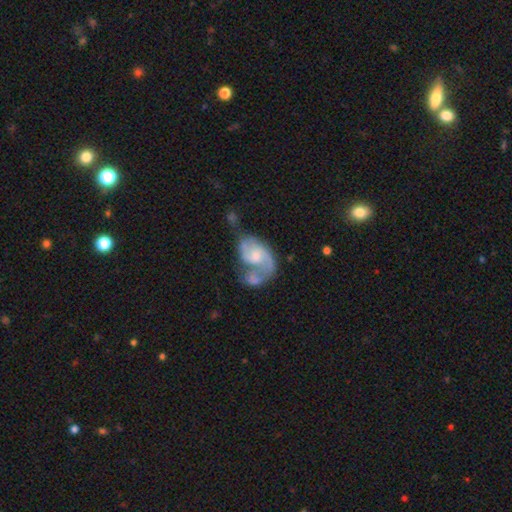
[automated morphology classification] The model was most divided on "bulge size": moderate: 40%, small: 37%, none: 15%, large: 7%, dominant: 2%. Remaining: edge-on disk — no (98%); spiral arms — yes (90%); smooth or featured — featured or disk (77%); spiral arm count — 2 (73%); bar — no (54%); spiral winding — medium (47%); merging — merger (31%).